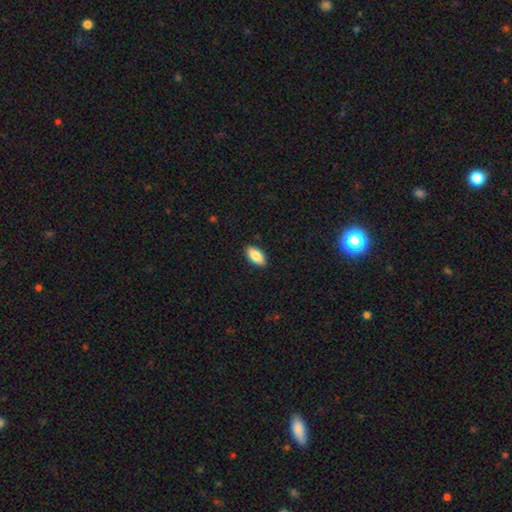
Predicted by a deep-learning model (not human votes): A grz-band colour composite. It shows a smooth galaxy with no disk features (85%) that is in between round and cigar-shaped (91%). Merging: none (89%).